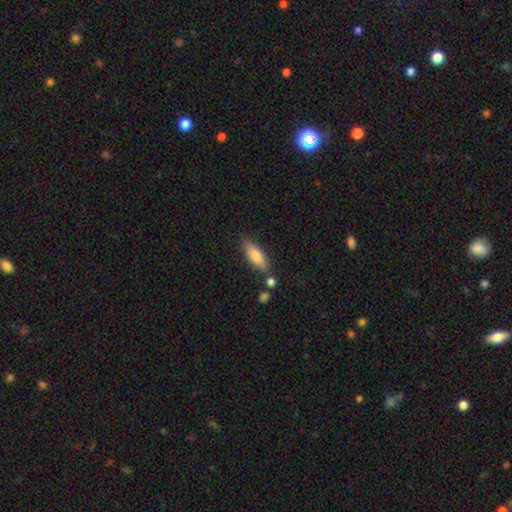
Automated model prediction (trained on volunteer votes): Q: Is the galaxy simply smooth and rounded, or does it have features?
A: smooth — 73%.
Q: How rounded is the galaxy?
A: in between — 55%.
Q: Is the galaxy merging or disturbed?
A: none — 75%.